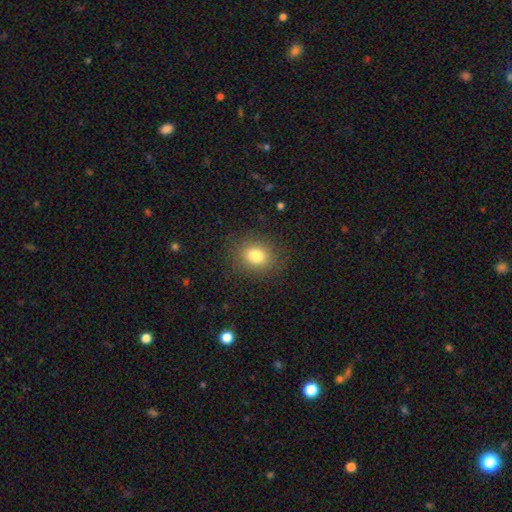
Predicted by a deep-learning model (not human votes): Smooth or featured?
  - smooth: 80% *
  - star or artifact: 12%
  - featured or disk: 8%
How rounded?
  - round: 60% *
  - in between: 39%
  - cigar-shaped: 1%
Merging?
  - none: 87% *
  - minor disturbance: 8%
  - major disturbance: 3%
  - merger: 1%